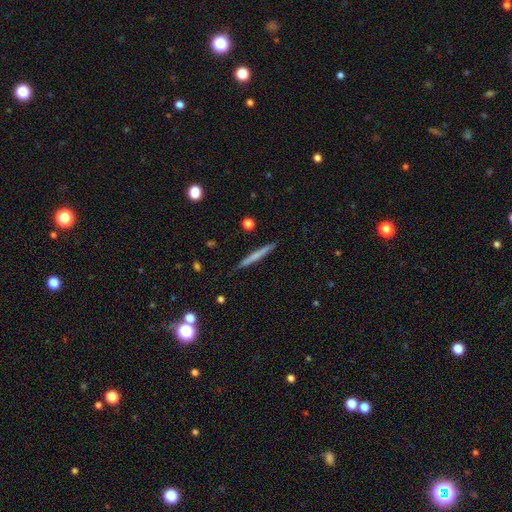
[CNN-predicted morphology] This is possibly a smooth galaxy (57%). How rounded: clearly cigar-shaped (96%). Merging: clearly none (90%).